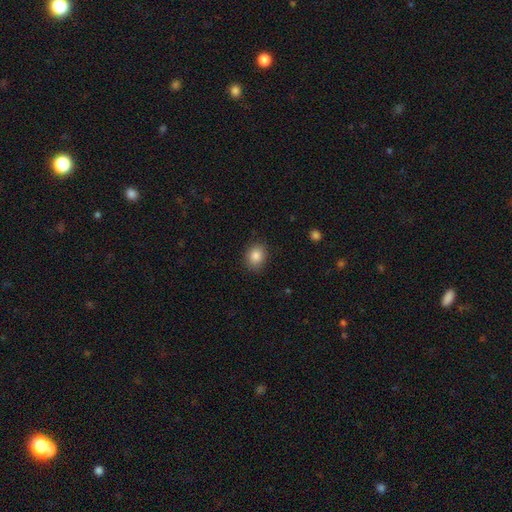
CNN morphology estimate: smooth_or_featured: smooth (p=0.85) [alt: star or artifact p=0.09]
how_rounded: round (p=0.54) [alt: in between p=0.45]
merging: none (p=0.87) [alt: minor disturbance p=0.10]